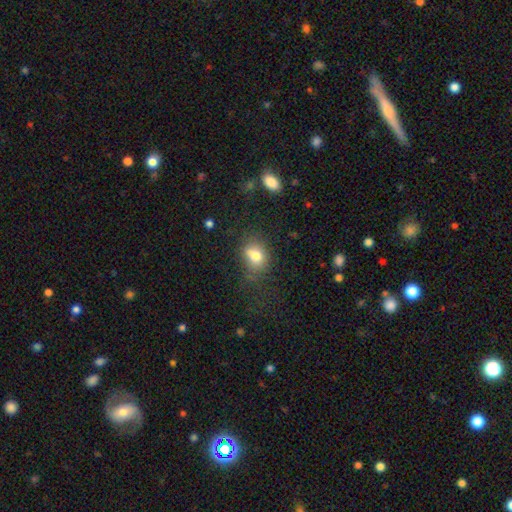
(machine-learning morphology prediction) Overall: smooth (76%). How rounded: in between (60%; round 38%). Merging: none (55%; minor disturbance 24%).